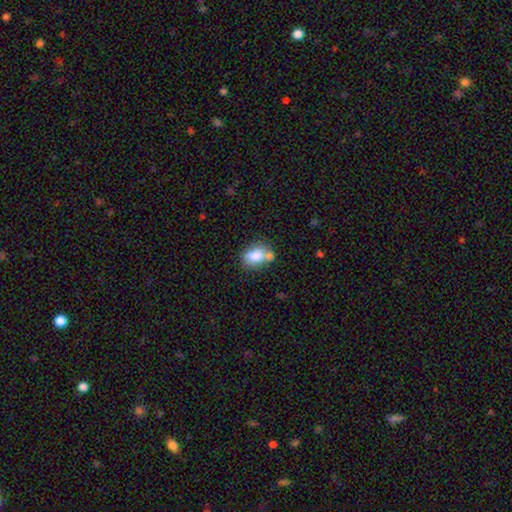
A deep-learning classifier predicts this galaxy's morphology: Smooth or featured: smooth — 78% (featured or disk — 14%)
How rounded: in between — 75% (round — 23%)
Merging: none — 46% (merger — 30%)